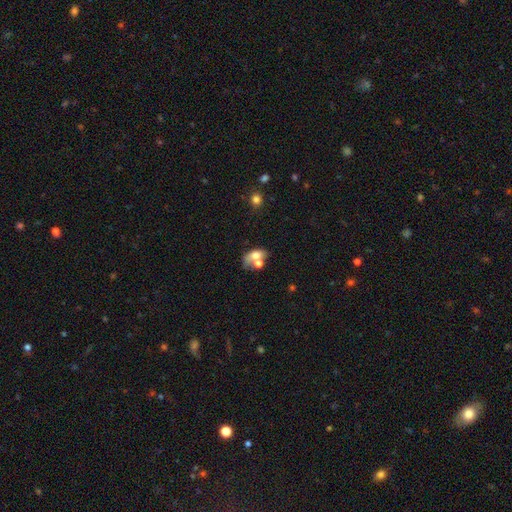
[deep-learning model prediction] smooth_or_featured: smooth (p=0.61) [alt: featured or disk p=0.29]
how_rounded: in between (p=0.78) [alt: round p=0.19]
merging: merger (p=0.53) [alt: none p=0.25]